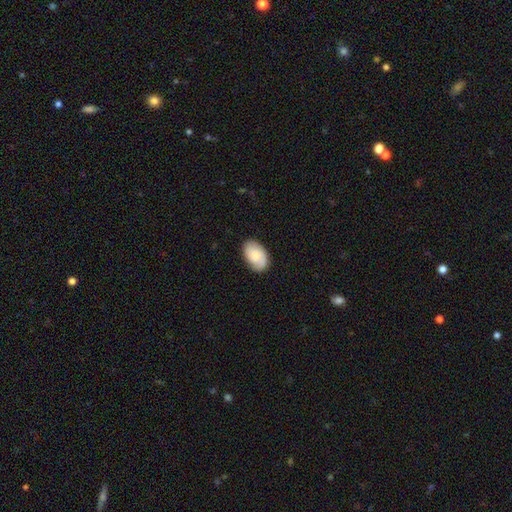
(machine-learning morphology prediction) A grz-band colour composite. It shows a smooth galaxy with no disk features (74%) that is in between round and cigar-shaped (92%). Merging: none (81%).